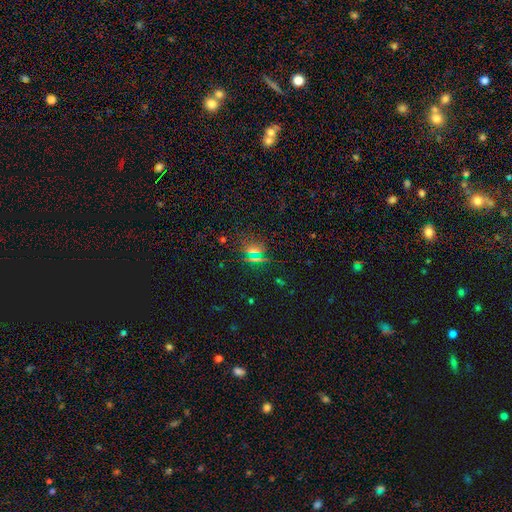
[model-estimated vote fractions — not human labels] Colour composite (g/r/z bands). It shows a star or artifact, not a galaxy (52%).